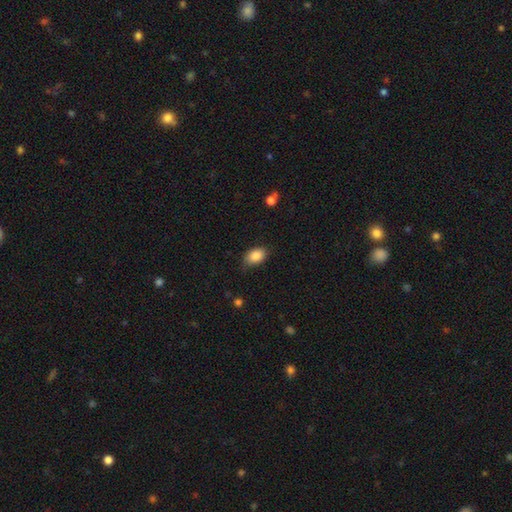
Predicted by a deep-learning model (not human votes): A smooth galaxy with no disk features (88%) that is in between round and cigar-shaped (87%).

Vote fractions:
- Smooth or featured? smooth: 88% / star or artifact: 8% / featured or disk: 5%
- How rounded? in between: 87% / round: 12% / cigar-shaped: 1%
- Merging? none: 78% / minor disturbance: 17% / major disturbance: 3% / merger: 1%